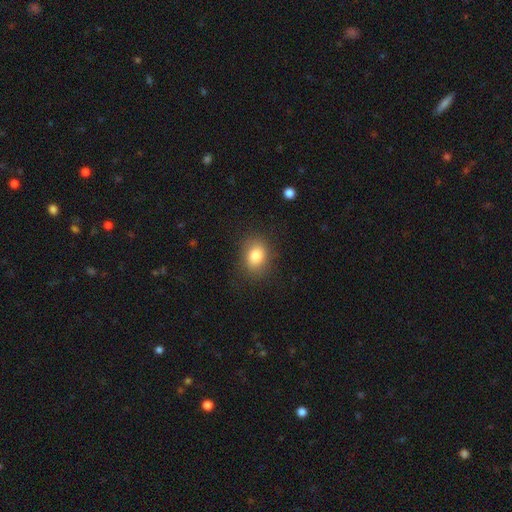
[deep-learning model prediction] Overall: smooth (82%). How rounded: in between (58%; round 41%). Merging: none (81%).